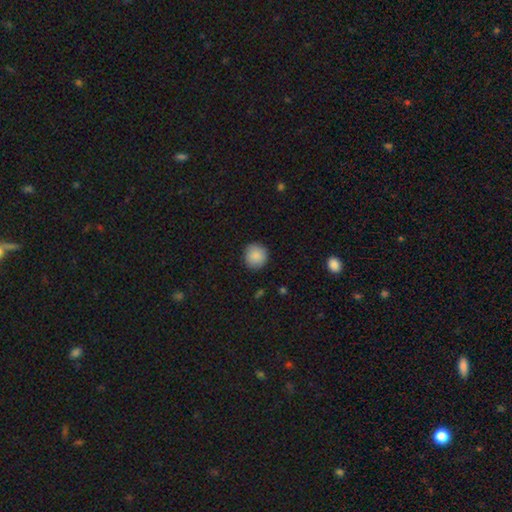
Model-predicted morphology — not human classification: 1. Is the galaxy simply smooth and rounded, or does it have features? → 88% smooth, 8% star or artifact, 4% featured or disk.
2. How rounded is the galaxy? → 93% round, 6% in between, 1% cigar-shaped.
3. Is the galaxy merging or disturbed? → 90% none, 7% minor disturbance, 2% major disturbance, 1% merger.